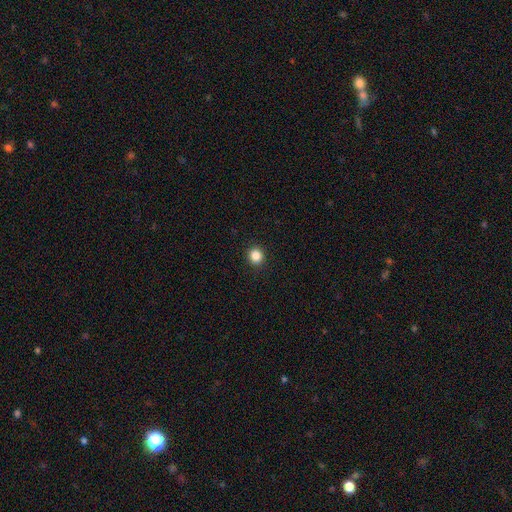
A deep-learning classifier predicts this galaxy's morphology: A smooth galaxy with no disk features (86%) that is round (89%).

Vote fractions:
- Smooth or featured? smooth: 86% / star or artifact: 11% / featured or disk: 3%
- How rounded? round: 89% / in between: 10% / cigar-shaped: 1%
- Merging? none: 92% / minor disturbance: 5% / major disturbance: 2% / merger: 1%